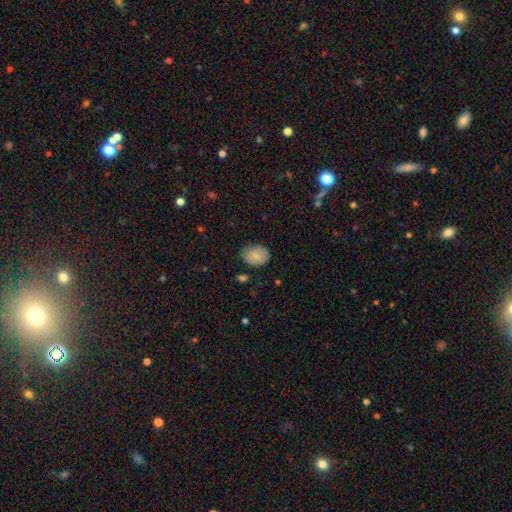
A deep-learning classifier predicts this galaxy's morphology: smooth 84%, featured or disk 8%, star or artifact 7%. Down the decision tree: how rounded — in between (65%); merging — none (76%).